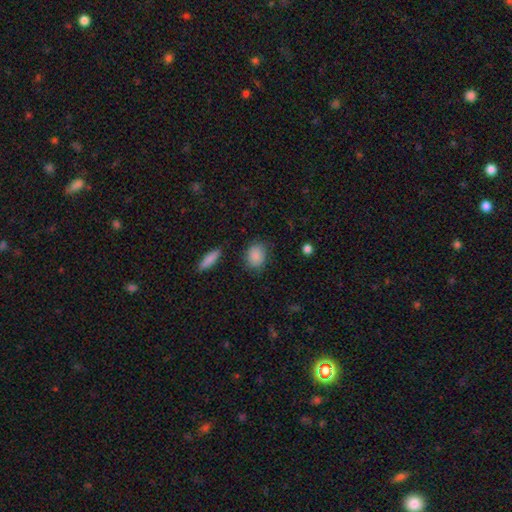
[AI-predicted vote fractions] Smooth or featured: smooth — 87% (star or artifact — 8%)
How rounded: in between — 57% (round — 41%)
Merging: none — 78% (minor disturbance — 16%)